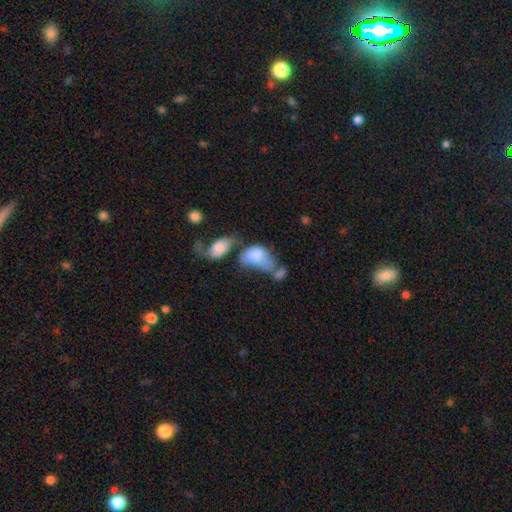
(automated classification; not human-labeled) A smooth galaxy with no disk features (71%) that is in between round and cigar-shaped (90%). Merging: merger (50%).